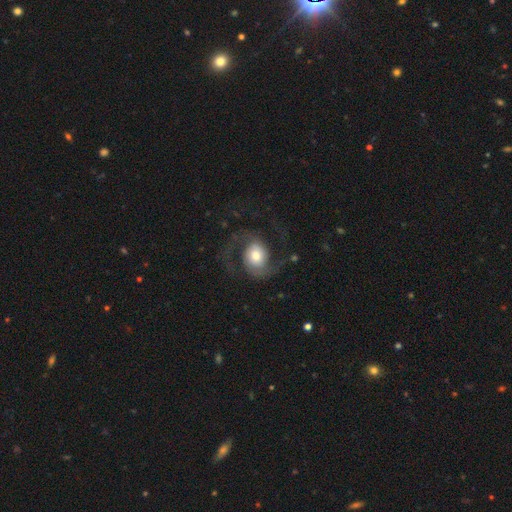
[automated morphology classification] A featured or disk galaxy (79%) with no bar (65%), 2 (91%) loose (46%) spiral arms (95%) and a moderate central bulge (53%).

Vote fractions:
- Smooth or featured? featured or disk: 79% / smooth: 15% / star or artifact: 6%
- Edge-on disk? no: 98% / yes: 2%
- Bar? no: 65% / weak: 26% / strong: 9%
- Spiral arms? yes: 95% / no: 5%
- Spiral winding? loose: 46% / medium: 44% / tight: 10%
- Spiral arm count? 2: 91% / 1: 3% / can't tell: 2% / 3: 2% / 4: 1% / more than 4: 1%
- Bulge size? moderate: 53% / large: 21% / small: 19% / dominant: 6% / none: 2%
- Merging? none: 64% / major disturbance: 20% / minor disturbance: 14% / merger: 2%